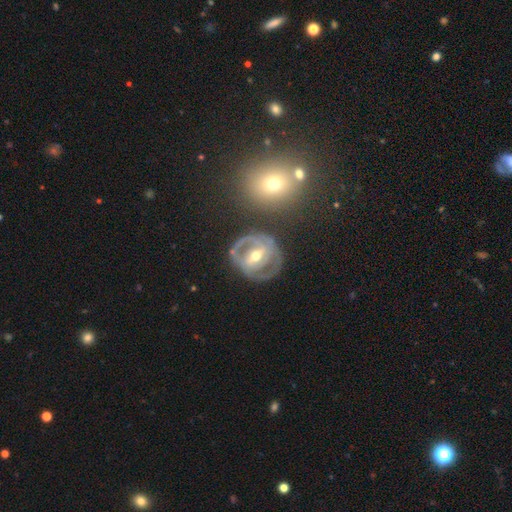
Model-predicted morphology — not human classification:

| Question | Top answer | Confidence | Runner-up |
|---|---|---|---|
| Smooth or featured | featured or disk | 80% | smooth (14%) |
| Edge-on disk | no | 96% | yes (4%) |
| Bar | strong | 46% | weak (35%) |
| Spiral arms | yes | 69% | no (31%) |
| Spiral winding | tight | 51% | medium (36%) |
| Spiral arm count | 2 | 60% | can't tell (21%) |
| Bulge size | moderate | 65% | small (30%) |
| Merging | none | 63% | minor disturbance (18%) |